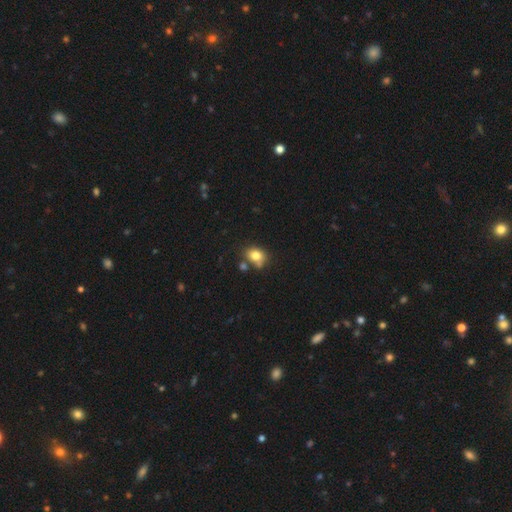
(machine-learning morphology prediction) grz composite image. It shows a smooth galaxy with no disk features (79%) that is in between round and cigar-shaped (55%). Merging: none (57%).